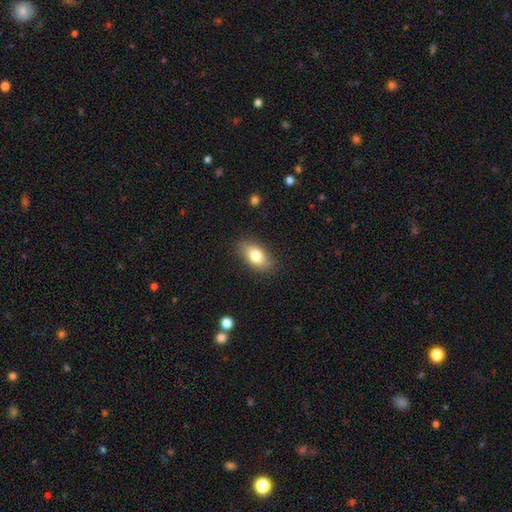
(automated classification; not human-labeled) smooth-or-featured: smooth: 78% | featured or disk: 14% | star or artifact: 8%
  how-rounded: in between: 88% | round: 6% | cigar-shaped: 6%
  merging: none: 85% | minor disturbance: 11% | major disturbance: 3% | merger: 1%